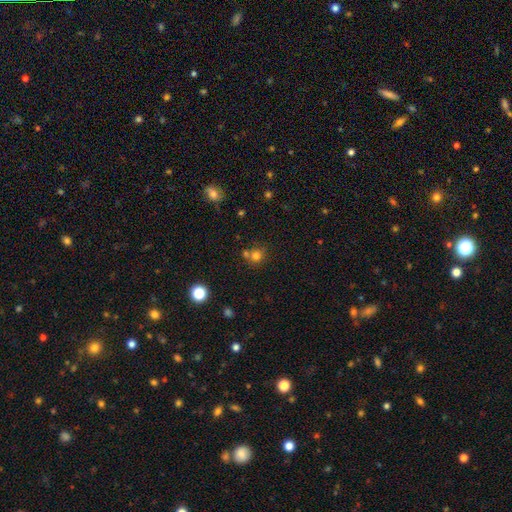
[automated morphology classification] Smooth or featured? Predicted: smooth (p=0.75). How rounded? Predicted: round (p=0.86). Merging? Predicted: none (p=0.59).